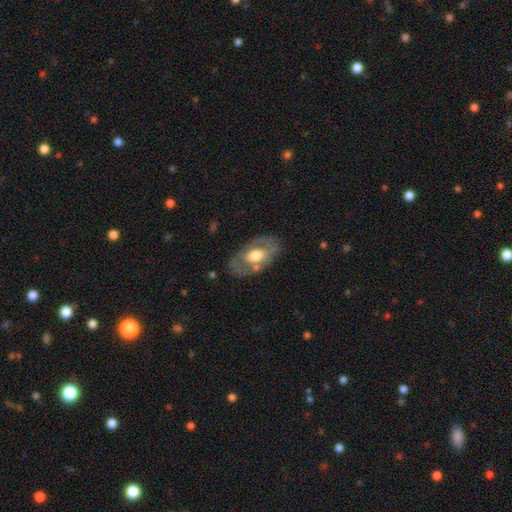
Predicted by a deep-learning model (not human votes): Smooth or featured? featured or disk (56%)
Edge-on disk? no (88%)
Merging? none (71%)